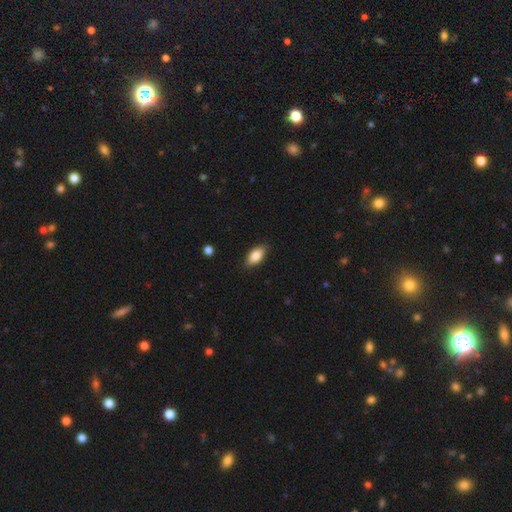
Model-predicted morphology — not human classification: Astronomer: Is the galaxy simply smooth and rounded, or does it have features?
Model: smooth — 83%.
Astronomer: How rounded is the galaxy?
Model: in between — 89%.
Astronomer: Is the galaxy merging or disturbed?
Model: none — 87%.